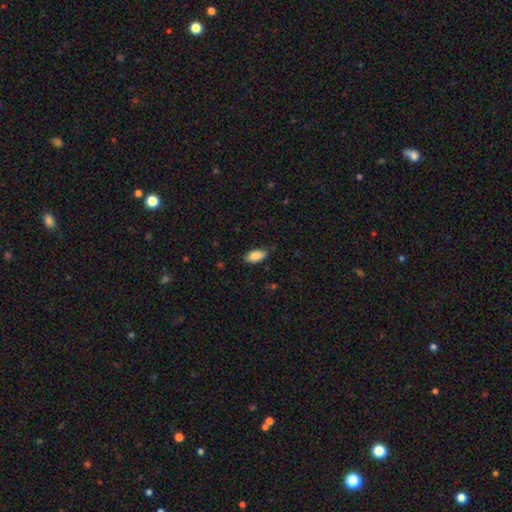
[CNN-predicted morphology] A smooth galaxy with no disk features (88%) that is in between round and cigar-shaped (93%).

Vote fractions:
- Smooth or featured? smooth: 88% / star or artifact: 7% / featured or disk: 5%
- How rounded? in between: 93% / cigar-shaped: 5% / round: 3%
- Merging? none: 82% / minor disturbance: 14% / major disturbance: 3% / merger: 1%